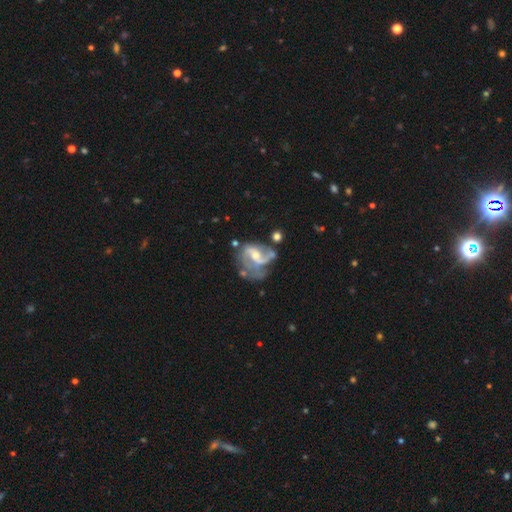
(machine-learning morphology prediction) smooth-or-featured: featured or disk: 84% | smooth: 10% | star or artifact: 6%
  disk-edge-on: no: 98% | yes: 2%
    bar: weak: 48% | no: 36% | strong: 16%
    has-spiral-arms: yes: 91% | no: 9%
      spiral-winding: medium: 47% | loose: 37% | tight: 16%
      spiral-arm-count: 2: 68% | can't tell: 11% | 3: 8% | 1: 8% | 4: 2% | more than 4: 2%
    bulge-size: moderate: 47% | small: 44% | none: 4% | large: 3% | dominant: 1%
  merging: none: 38% | major disturbance: 28% | minor disturbance: 22% | merger: 12%